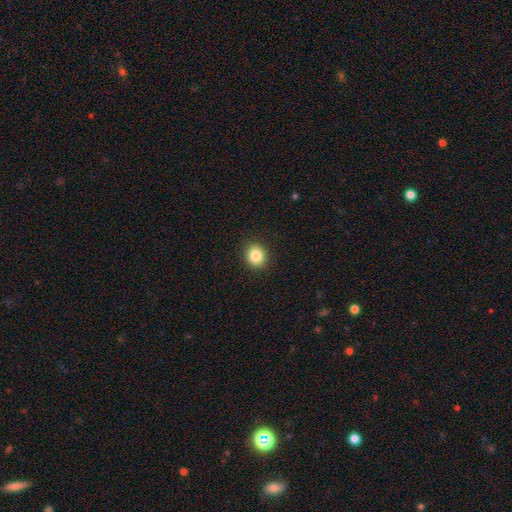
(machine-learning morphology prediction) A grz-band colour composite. It shows a smooth galaxy with no disk features (85%) that is round (75%). Merging: none (91%).